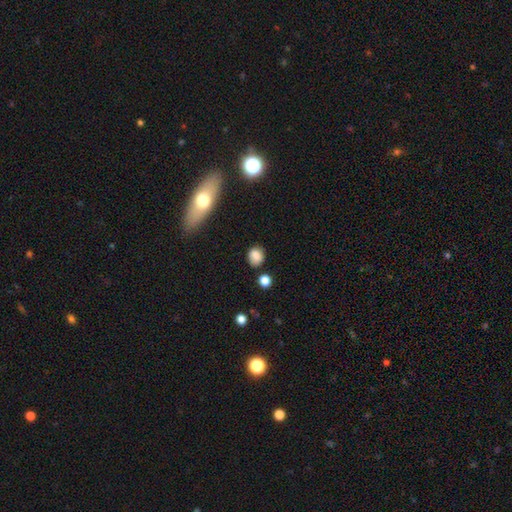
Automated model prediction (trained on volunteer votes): Smooth or featured? Predicted: smooth (p=0.82). How rounded? Predicted: round (p=0.57). Merging? Predicted: none (p=0.76).